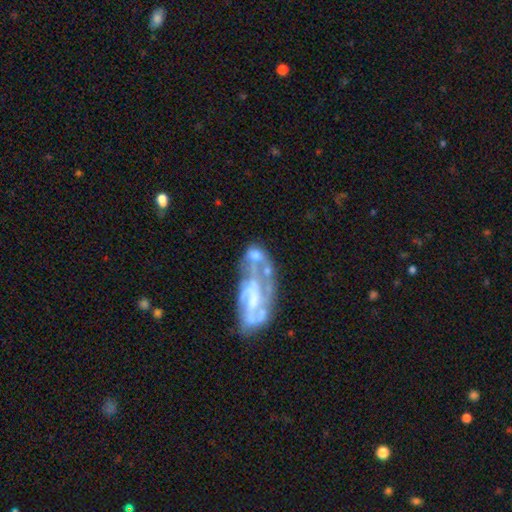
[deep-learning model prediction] smooth_or_featured: featured or disk (p=0.65) [alt: smooth p=0.25]
disk_edge_on: no (p=0.96) [alt: yes p=0.04]
bar: no (p=0.66) [alt: weak p=0.23]
has_spiral_arms: yes (p=0.50) [tied with: no p=0.50]
bulge_size: none (p=0.47) [alt: moderate p=0.25]
merging: major disturbance (p=0.29) [alt: merger p=0.28]